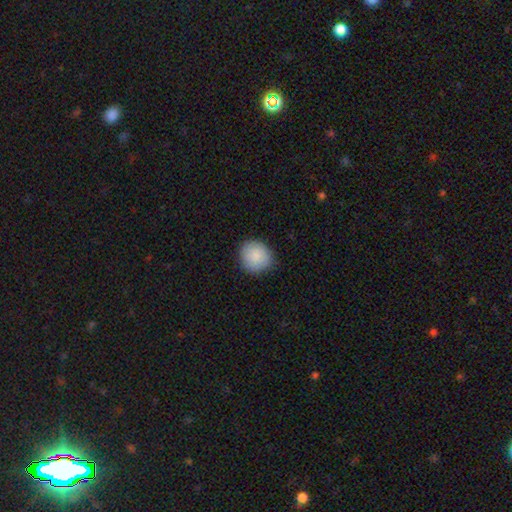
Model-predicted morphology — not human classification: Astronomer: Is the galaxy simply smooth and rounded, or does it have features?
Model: smooth — 88%.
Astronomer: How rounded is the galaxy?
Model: round — 88%.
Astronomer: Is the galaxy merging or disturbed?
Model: none — 87%.